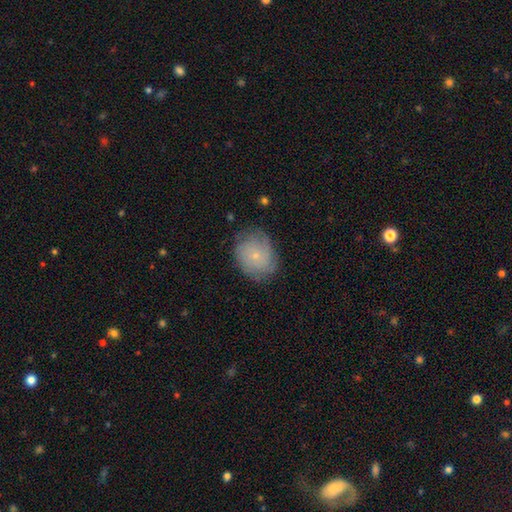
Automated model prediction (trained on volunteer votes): Q: Smooth or featured?
A: smooth (53%); runner-up: featured or disk (38%)
Q: How rounded?
A: round (58%); runner-up: in between (41%)
Q: Merging?
A: none (71%); runner-up: minor disturbance (21%)